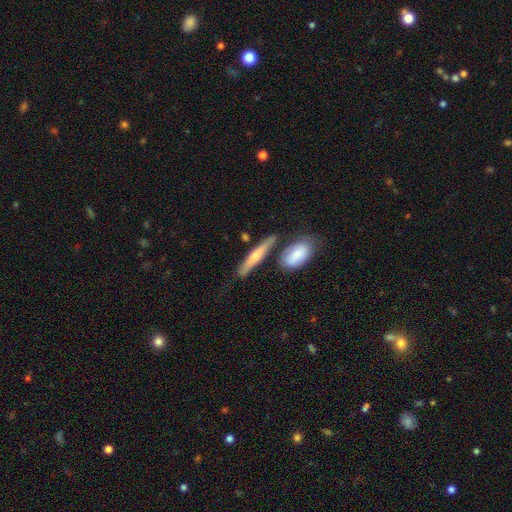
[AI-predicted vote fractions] This is possibly a smooth galaxy (55%). How rounded: clearly cigar-shaped (83%). Merging: likely none (72%).